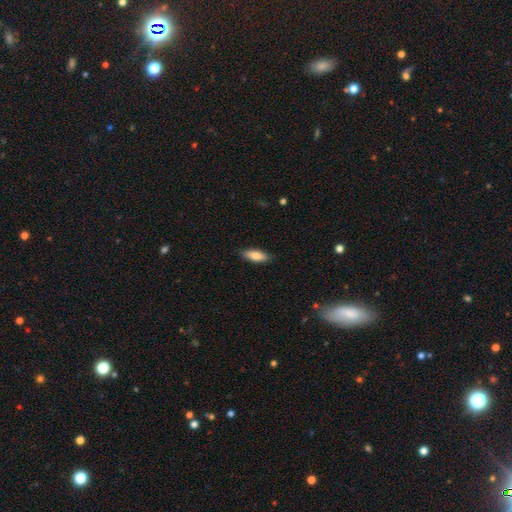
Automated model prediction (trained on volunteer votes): Q: Smooth or featured?
A: smooth (84%); runner-up: featured or disk (10%)
Q: How rounded?
A: in between (73%); runner-up: cigar-shaped (25%)
Q: Merging?
A: none (87%); runner-up: minor disturbance (10%)